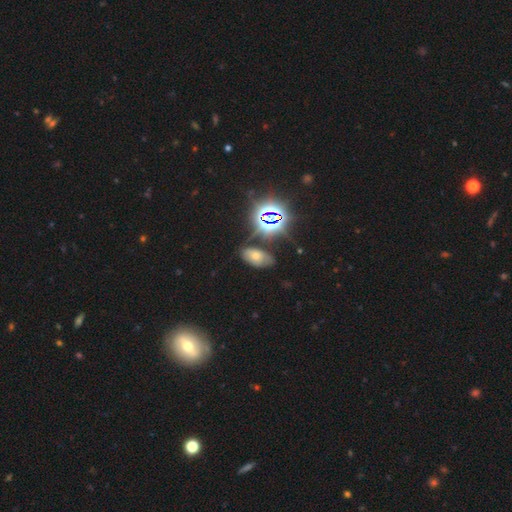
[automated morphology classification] A smooth galaxy with no disk features (39%). Merging: none (67%).